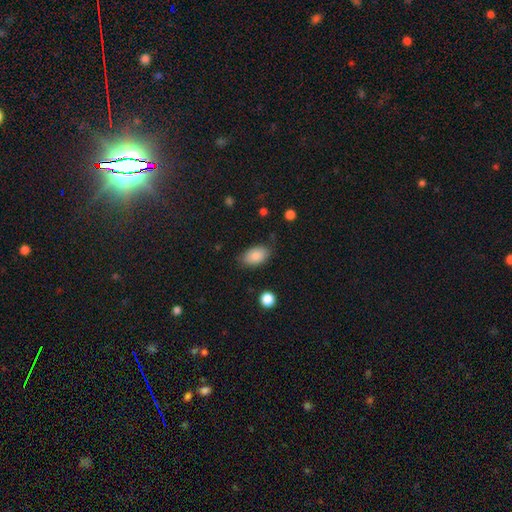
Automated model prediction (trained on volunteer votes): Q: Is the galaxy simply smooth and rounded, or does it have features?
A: smooth — 85%.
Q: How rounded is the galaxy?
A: in between — 92%.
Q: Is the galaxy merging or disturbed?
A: none — 79%.